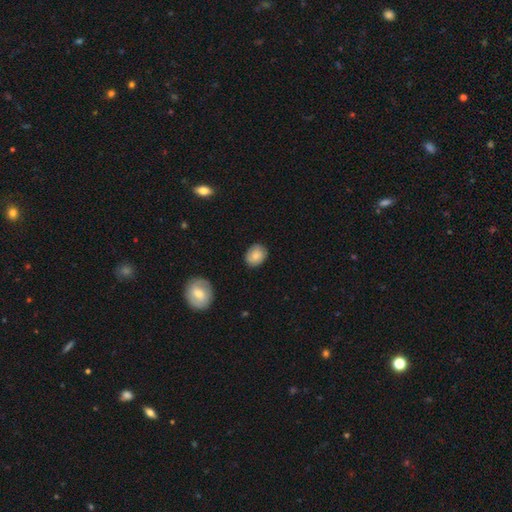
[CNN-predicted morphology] smooth_or_featured: smooth (p=0.80) [alt: featured or disk p=0.12]
how_rounded: round (p=0.51) [alt: in between p=0.48]
merging: none (p=0.85) [alt: minor disturbance p=0.12]